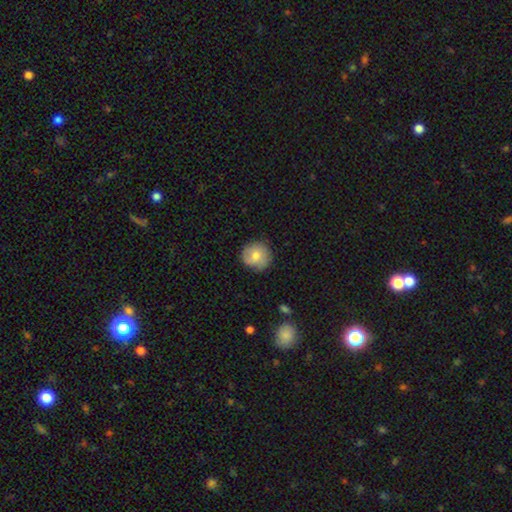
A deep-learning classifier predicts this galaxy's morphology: A smooth galaxy with no disk features (68%) that is round (92%).

Vote fractions:
- Smooth or featured? smooth: 68% / featured or disk: 24% / star or artifact: 7%
- How rounded? round: 92% / in between: 7% / cigar-shaped: 1%
- Merging? none: 79% / minor disturbance: 16% / major disturbance: 4% / merger: 1%